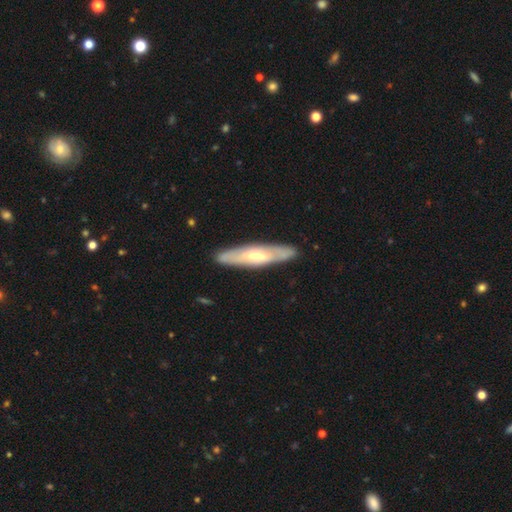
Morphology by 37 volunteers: A featured or disk galaxy (68%) with a weak bar (60%), no spiral arms (60%) and a moderate central bulge (73%). Merging: none (86%).